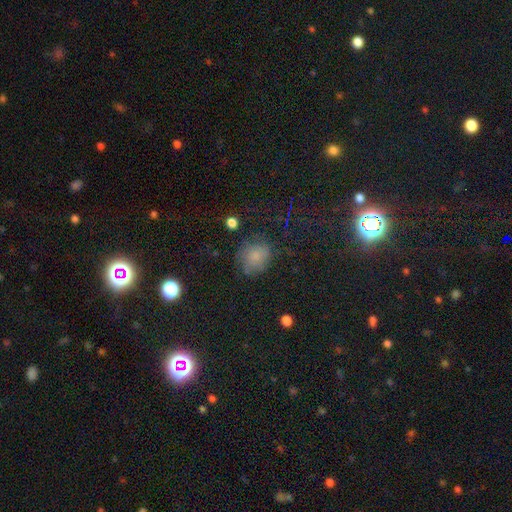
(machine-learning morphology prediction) Smooth or featured?
  - smooth: 68% *
  - star or artifact: 18%
  - featured or disk: 14%
How rounded?
  - round: 68% *
  - in between: 30%
  - cigar-shaped: 1%
Merging?
  - none: 66% *
  - minor disturbance: 22%
  - major disturbance: 10%
  - merger: 2%